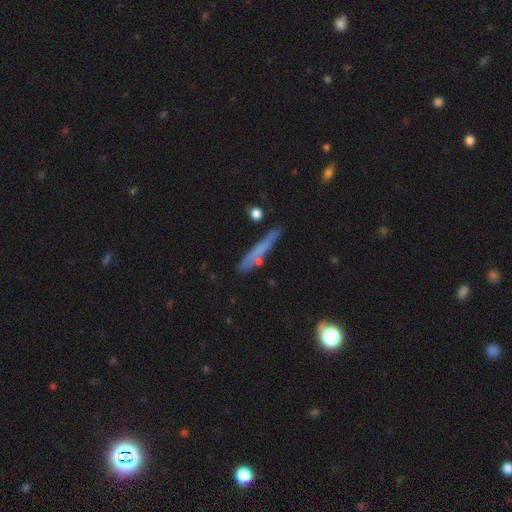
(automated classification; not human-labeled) Smooth or featured? smooth (56%)
How rounded? cigar-shaped (92%)
Merging? none (75%)